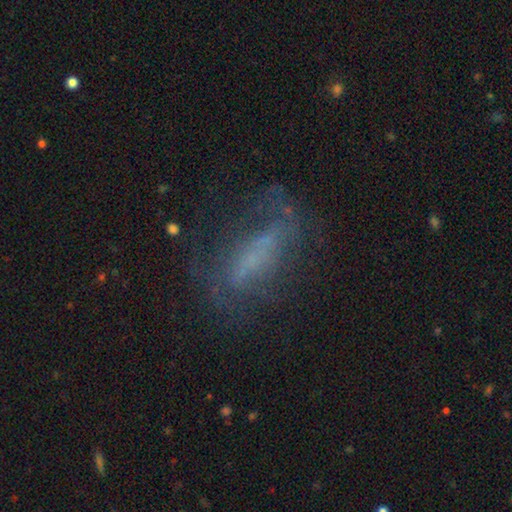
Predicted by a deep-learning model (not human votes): A featured or disk galaxy (54%). Merging: none (54%).